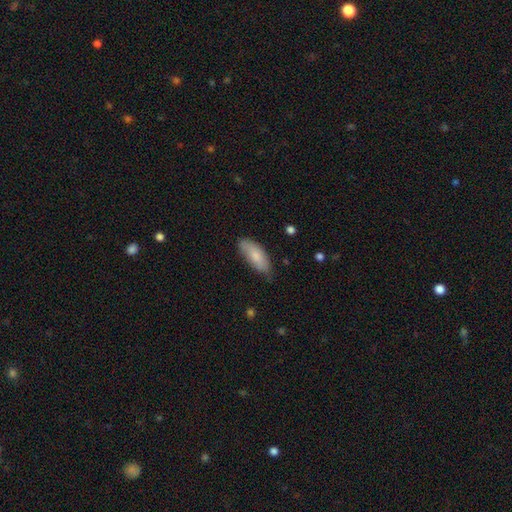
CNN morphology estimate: This appears to be a smooth galaxy with no disk features (81%) that is in between round and cigar-shaped (80%). Merging: none (67%).